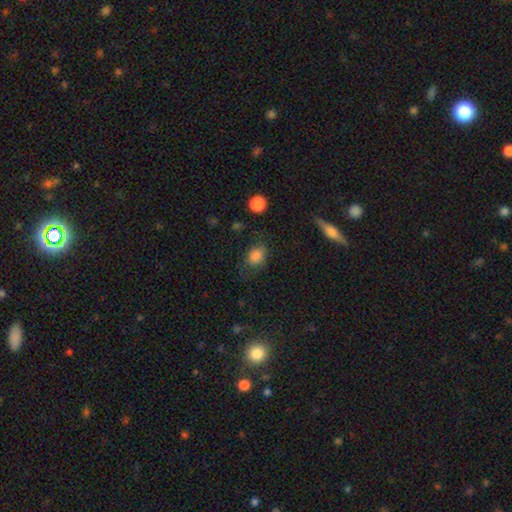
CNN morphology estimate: The model was most divided on "how rounded": in between: 64%, round: 34%, cigar-shaped: 1%. More confident: smooth or featured — smooth (83%); merging — none (63%).